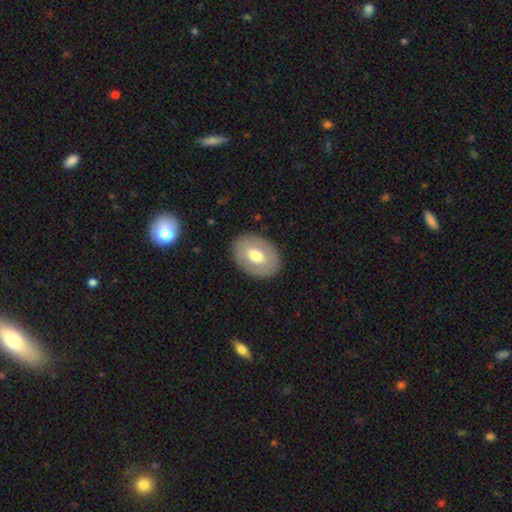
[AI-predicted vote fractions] The model was most divided on "smooth or featured": smooth: 62%, featured or disk: 32%, star or artifact: 6%. More confident: merging — none (87%); how rounded — in between (71%).